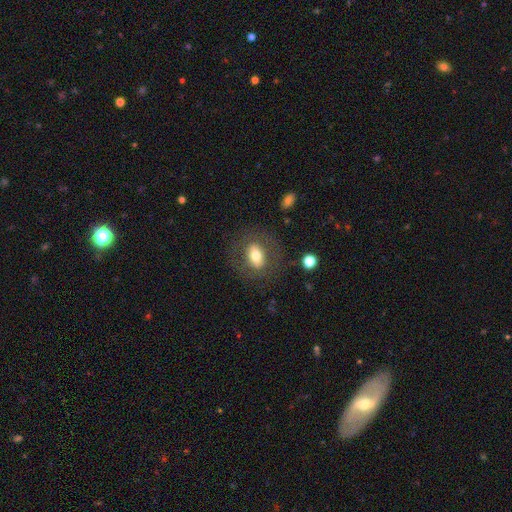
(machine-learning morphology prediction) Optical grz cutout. It shows a smooth galaxy with no disk features (62%) that is in between round and cigar-shaped (67%). Merging: none (77%).